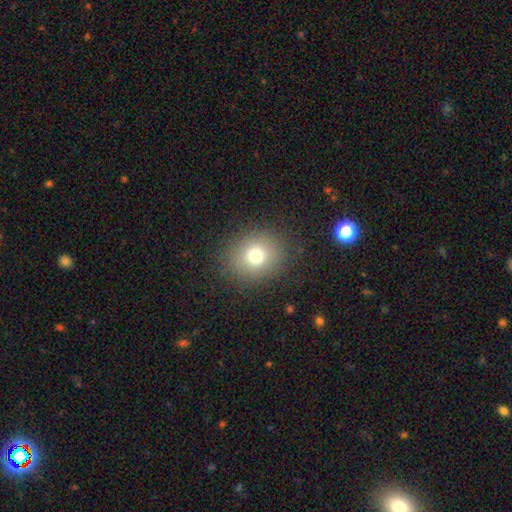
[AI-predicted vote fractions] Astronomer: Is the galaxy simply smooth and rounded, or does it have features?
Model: smooth — 75%.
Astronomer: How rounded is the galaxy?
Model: round — 73%.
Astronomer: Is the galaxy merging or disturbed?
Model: none — 87%.